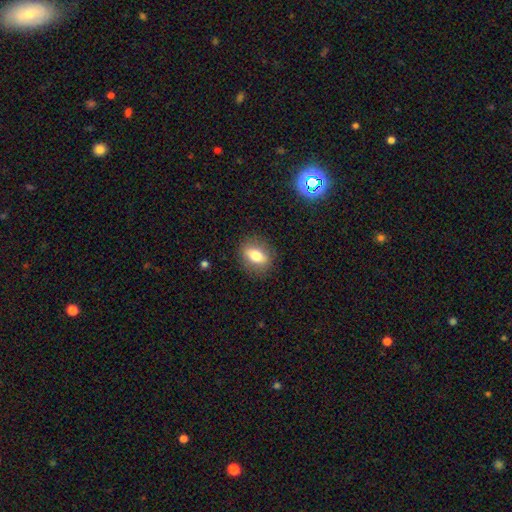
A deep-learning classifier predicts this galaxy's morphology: The model was most divided on "smooth or featured": smooth: 72%, featured or disk: 20%, star or artifact: 9%. More confident: merging — none (84%); how rounded — in between (73%).